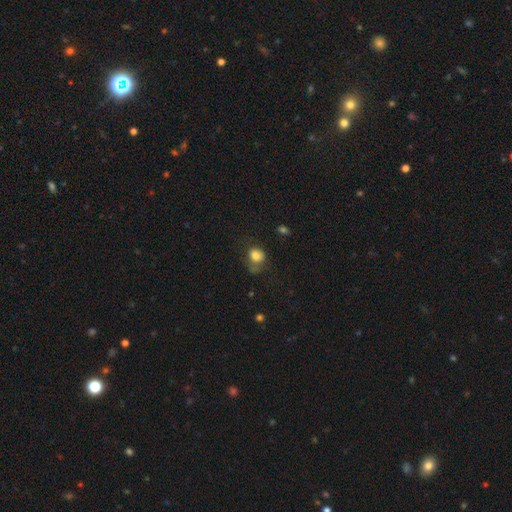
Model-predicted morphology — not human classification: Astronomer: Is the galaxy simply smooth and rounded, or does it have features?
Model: smooth — 80%.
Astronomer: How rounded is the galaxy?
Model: round — 59% (runner-up: in between, 40%).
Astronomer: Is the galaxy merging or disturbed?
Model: none — 40% (runner-up: minor disturbance, 29%).